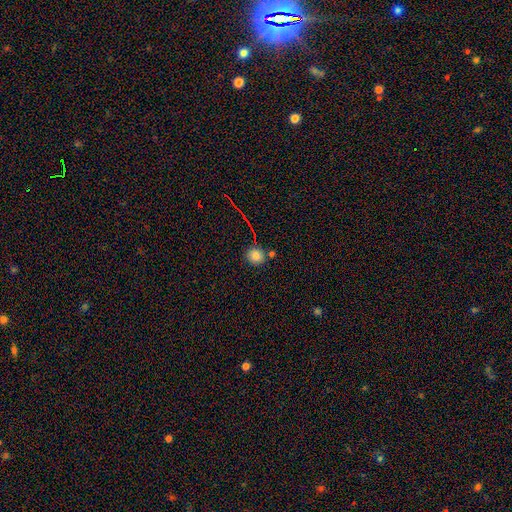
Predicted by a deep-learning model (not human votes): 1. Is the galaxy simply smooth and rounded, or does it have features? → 80% smooth, 14% star or artifact, 6% featured or disk.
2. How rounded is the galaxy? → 81% round, 18% in between, 1% cigar-shaped.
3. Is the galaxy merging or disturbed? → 74% none, 13% minor disturbance, 10% merger, 3% major disturbance.